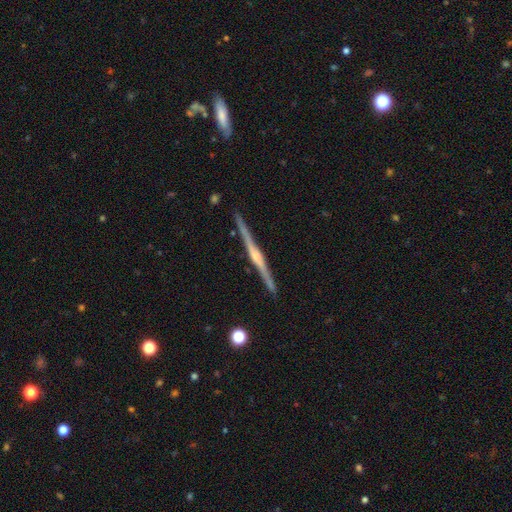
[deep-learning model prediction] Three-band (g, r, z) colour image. It shows a featured or disk galaxy (85%) viewed edge-on (98%) with a rounded central bulge (78%). Merging: none (91%).